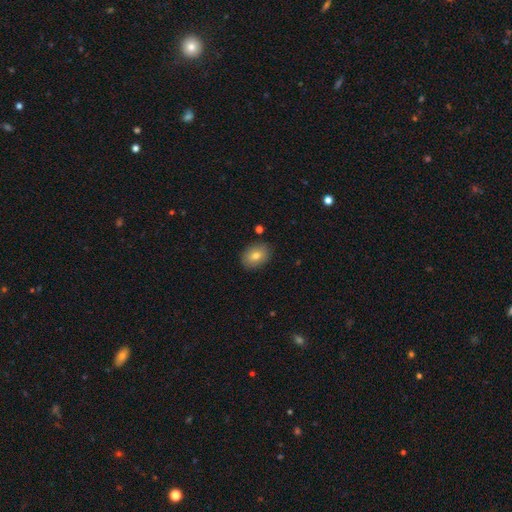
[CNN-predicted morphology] type=smooth (79%); roundness=in between (72%); merging=none (87%).